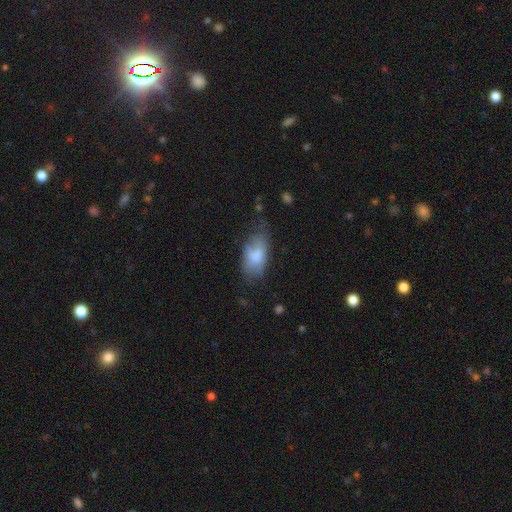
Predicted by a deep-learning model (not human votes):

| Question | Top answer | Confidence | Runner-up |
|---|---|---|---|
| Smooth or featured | smooth | 75% | featured or disk (18%) |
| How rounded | in between | 92% | round (5%) |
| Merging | none | 40% | minor disturbance (37%) |